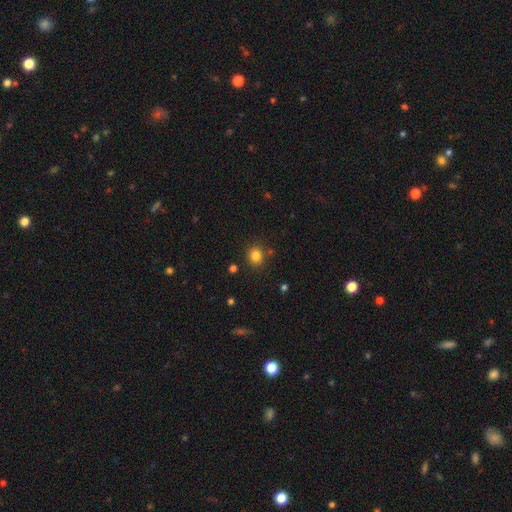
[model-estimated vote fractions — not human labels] Morphology: type=smooth (82%); roundness=round (76%); merging=none (85%).